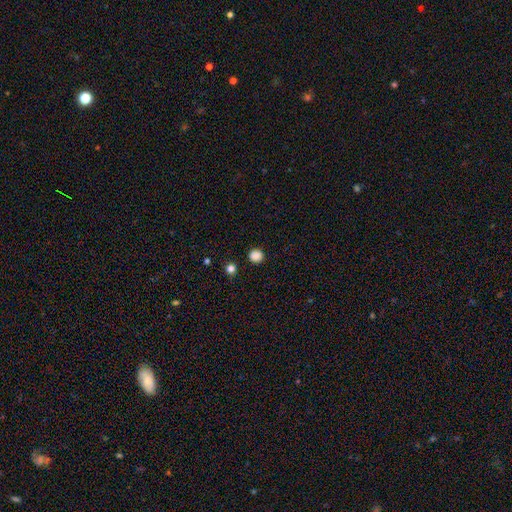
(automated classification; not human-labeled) smooth-or-featured: smooth: 86% | star or artifact: 12% | featured or disk: 3%
  how-rounded: round: 91% | in between: 8% | cigar-shaped: 1%
  merging: none: 91% | minor disturbance: 5% | major disturbance: 2% | merger: 2%